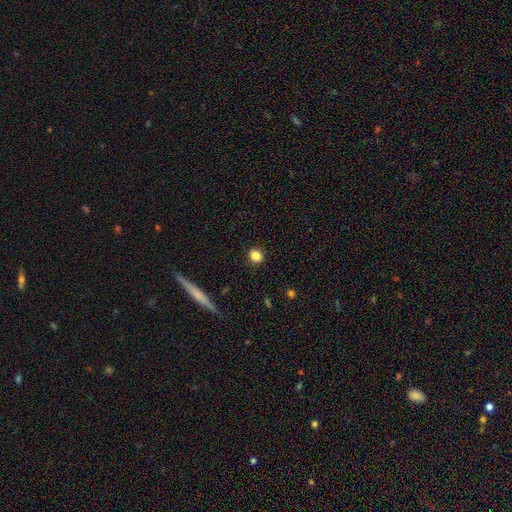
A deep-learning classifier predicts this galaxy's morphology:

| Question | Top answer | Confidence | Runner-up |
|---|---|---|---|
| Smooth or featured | smooth | 84% | star or artifact (10%) |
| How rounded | round | 74% | in between (24%) |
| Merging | none | 90% | minor disturbance (7%) |